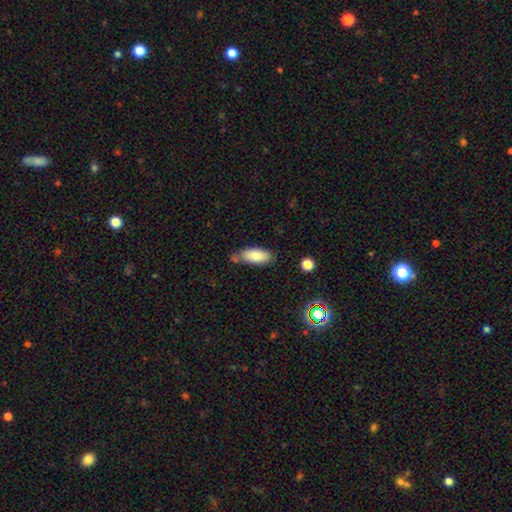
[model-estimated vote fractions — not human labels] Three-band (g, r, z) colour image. It shows a smooth galaxy with no disk features (81%) that is in between round and cigar-shaped (83%). Merging: none (64%).